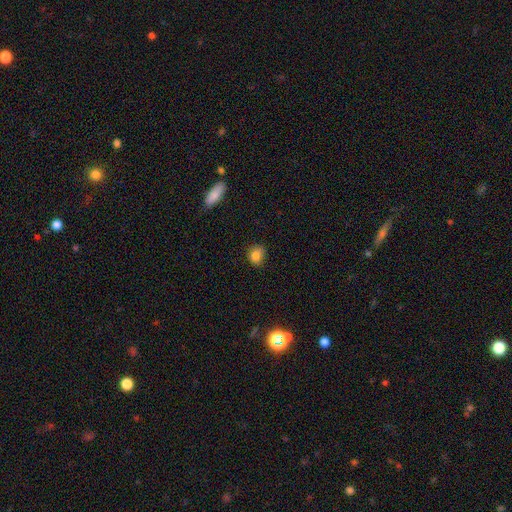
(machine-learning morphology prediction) Smooth or featured? smooth (82%)
How rounded? round (68%)
Merging? none (73%)